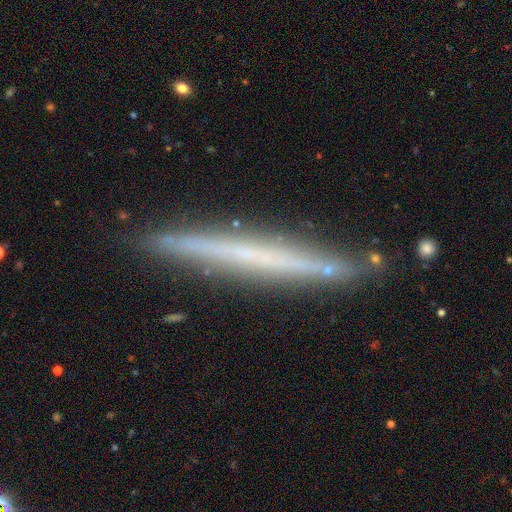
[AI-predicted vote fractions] This appears to be a featured or disk galaxy (64%) viewed edge-on (96%) with no central bulge (89%). Merging: none (87%).